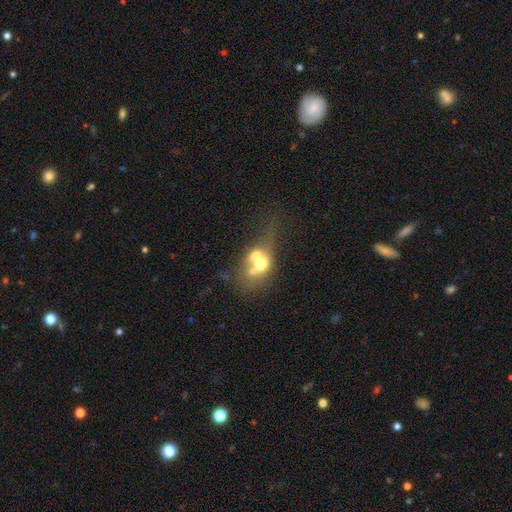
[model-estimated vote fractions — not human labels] A smooth galaxy with no disk features (50%). Merging: merger (67%).